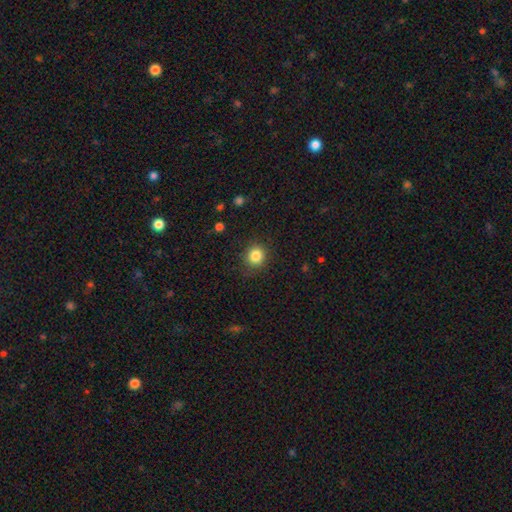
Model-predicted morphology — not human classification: smooth 84%, star or artifact 11%, featured or disk 5%. Down the decision tree: how rounded — round (85%); merging — none (85%).